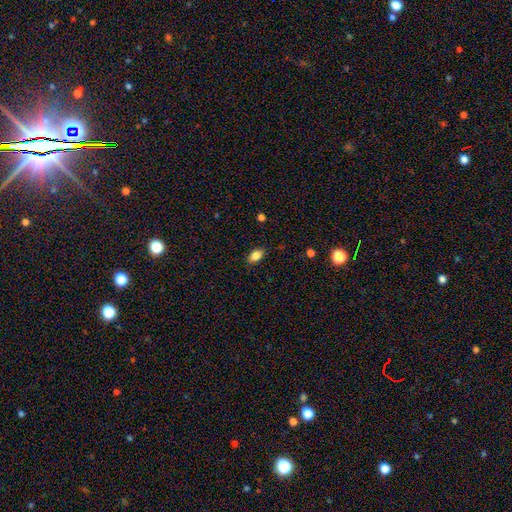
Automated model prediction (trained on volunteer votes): A smooth galaxy with no disk features (84%) that is in between round and cigar-shaped (89%). Merging: none (87%).